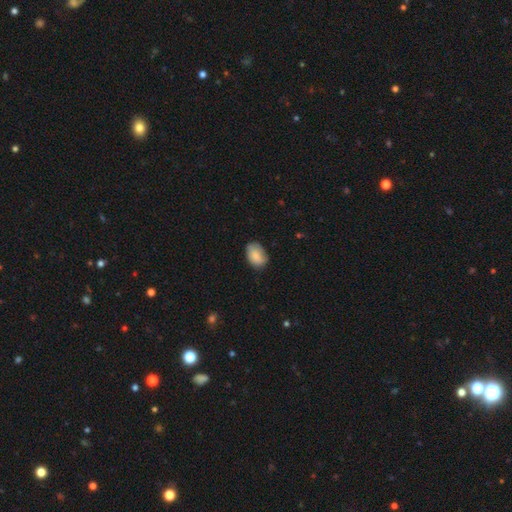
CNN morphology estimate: Smooth or featured? Predicted: smooth (p=0.86). How rounded? Predicted: in between (p=0.86). Merging? Predicted: none (p=0.73).